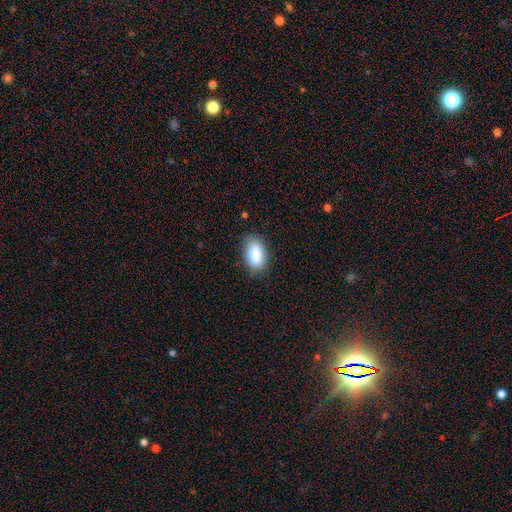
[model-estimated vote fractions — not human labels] smooth-or-featured: smooth: 87% | star or artifact: 7% | featured or disk: 6%
  how-rounded: in between: 93% | round: 4% | cigar-shaped: 3%
  merging: none: 83% | minor disturbance: 13% | major disturbance: 3% | merger: 1%